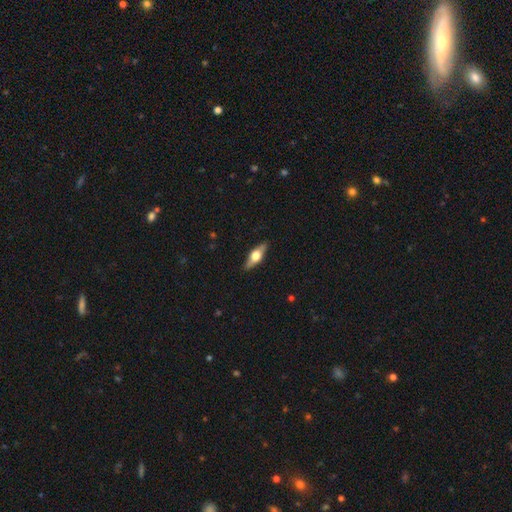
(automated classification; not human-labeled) Smooth or featured: featured or disk — 59% (smooth — 36%)
Edge-on disk: yes — 93% (no — 7%)
Edge-on bulge: rounded — 95% (boxy — 4%)
Merging: none — 89% (minor disturbance — 9%)